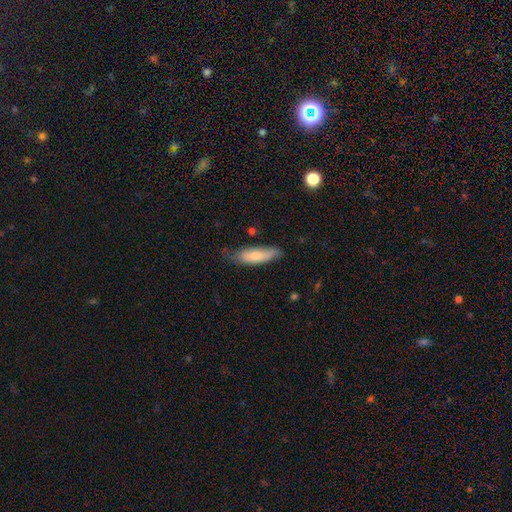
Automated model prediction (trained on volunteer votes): This appears to be a smooth galaxy with no disk features (71%) that is in between round and cigar-shaped (54%). Merging: none (60%).